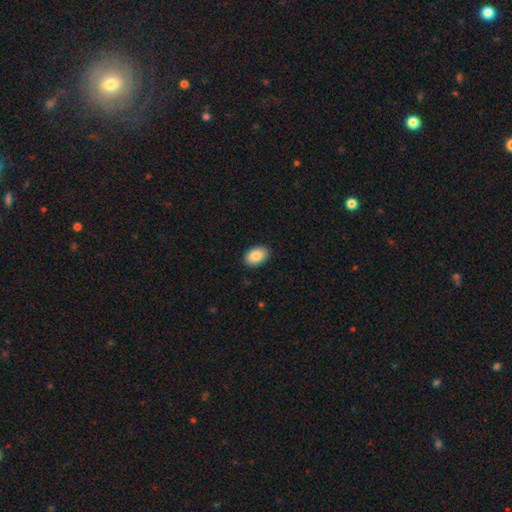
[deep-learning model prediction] smooth 88%, star or artifact 7%, featured or disk 6%. Down the decision tree: how rounded — in between (85%); merging — none (90%).